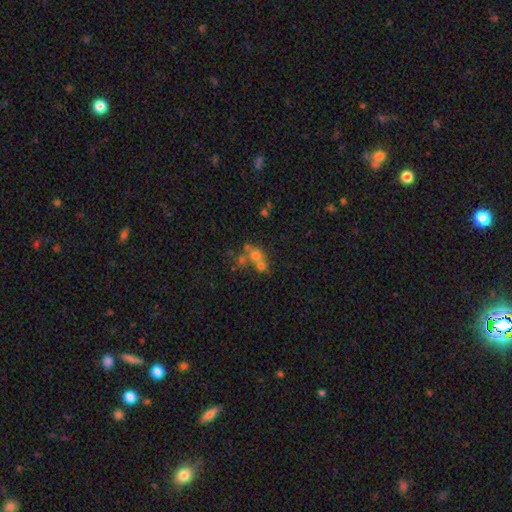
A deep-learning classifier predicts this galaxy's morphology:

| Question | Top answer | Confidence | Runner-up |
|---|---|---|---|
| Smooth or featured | smooth | 55% | featured or disk (24%) |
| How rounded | round | 76% | in between (23%) |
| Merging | merger | 52% | none (35%) |